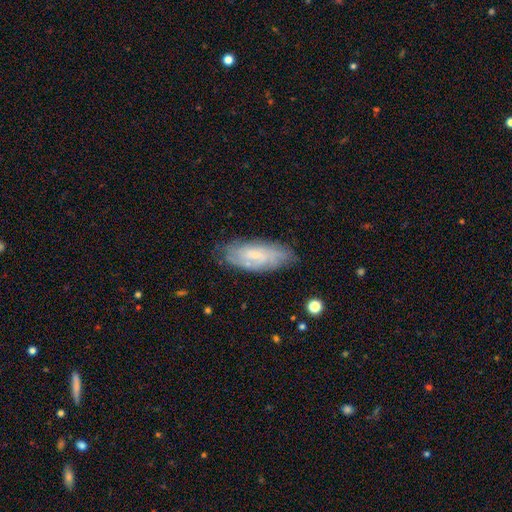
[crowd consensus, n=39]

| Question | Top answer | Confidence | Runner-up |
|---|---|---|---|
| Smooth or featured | featured or disk | 51% | smooth (41%) |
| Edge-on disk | no | 90% | yes (10%) |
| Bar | no | 67% | weak (33%) |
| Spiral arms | yes | 78% | no (22%) |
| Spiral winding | tight | 71% | medium (29%) |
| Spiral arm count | can't tell | 50% | 2 (14%) |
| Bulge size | small | 83% | moderate (11%) |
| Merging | none | 69% | minor disturbance (22%) |